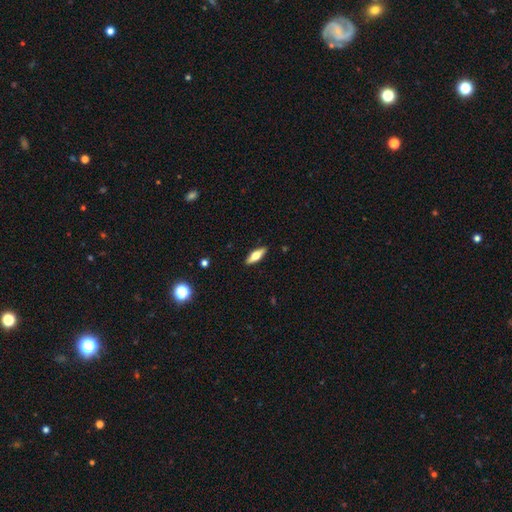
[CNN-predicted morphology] This is possibly a smooth galaxy (49%). Merging: clearly none (90%).